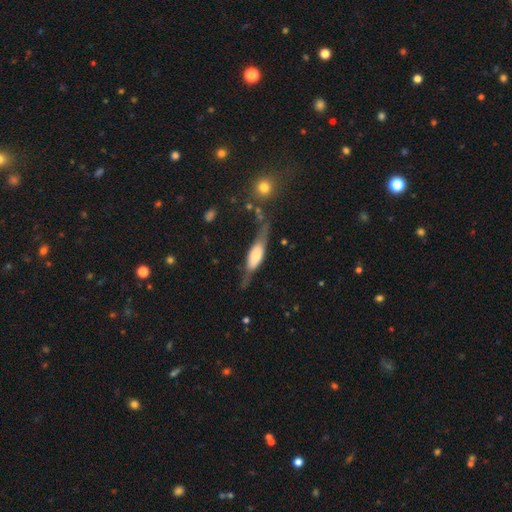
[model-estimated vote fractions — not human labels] Morphology: type=featured or disk (54%); edge-on=yes (86%); merging=none (59%).